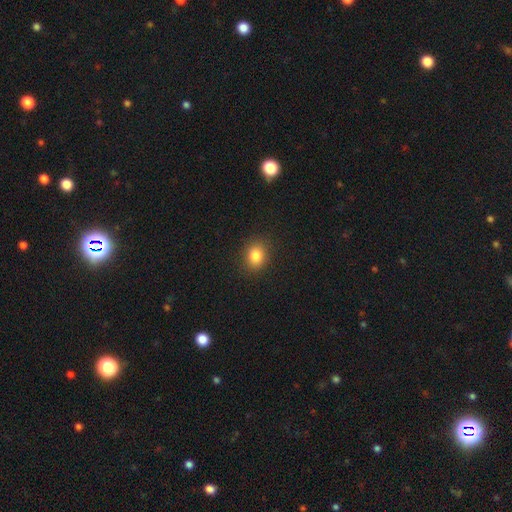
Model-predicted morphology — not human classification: smooth_or_featured: smooth (p=0.83) [alt: star or artifact p=0.11]
how_rounded: round (p=0.59) [alt: in between p=0.40]
merging: none (p=0.88) [alt: minor disturbance p=0.08]